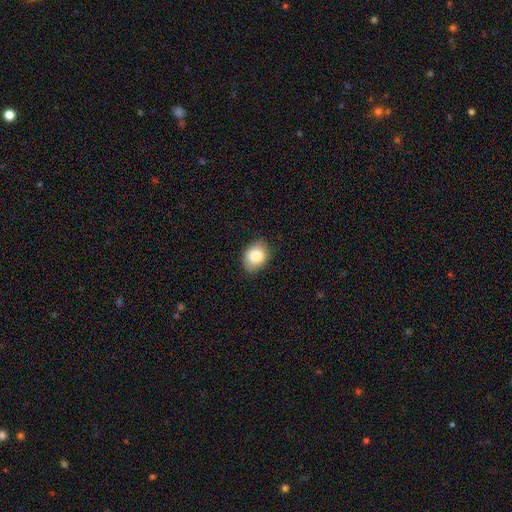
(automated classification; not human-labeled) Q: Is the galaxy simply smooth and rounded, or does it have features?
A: smooth — 84%.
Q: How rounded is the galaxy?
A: in between — 65%.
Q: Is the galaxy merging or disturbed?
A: none — 80%.